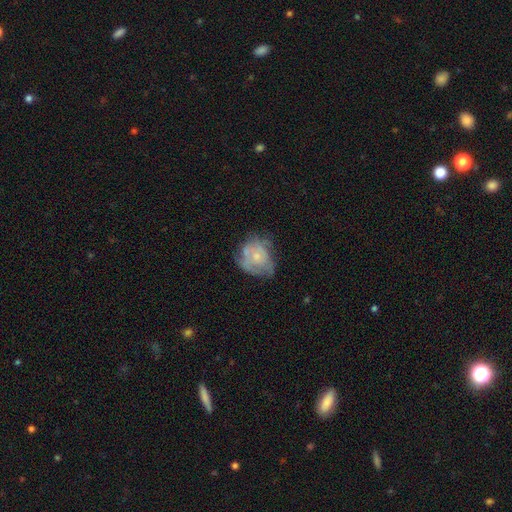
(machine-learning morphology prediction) featured or disk 53%, smooth 39%, star or artifact 8%. Down the decision tree: edge-on disk — no (97%); bar — no (86%); spiral arms — no (55%); bulge size — small (58%); merging — none (42%).